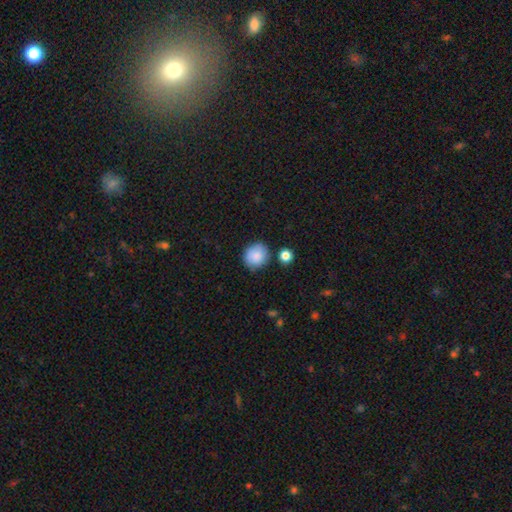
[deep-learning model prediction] This is clearly a smooth galaxy (85%). How rounded: clearly round (85%). Merging: likely none (78%).